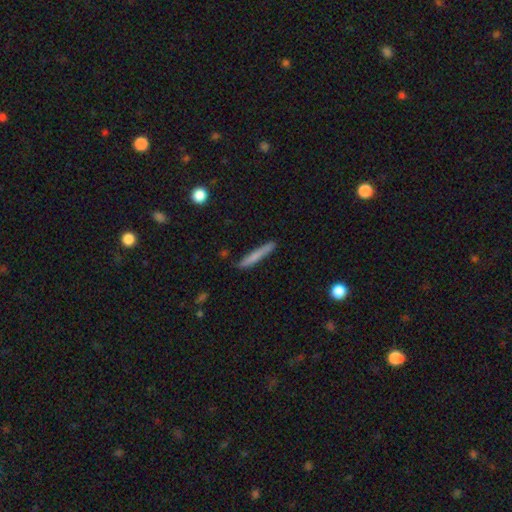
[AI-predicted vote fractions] Smooth or featured: smooth — 71% (featured or disk — 23%)
How rounded: cigar-shaped — 95% (in between — 3%)
Merging: none — 86% (minor disturbance — 10%)